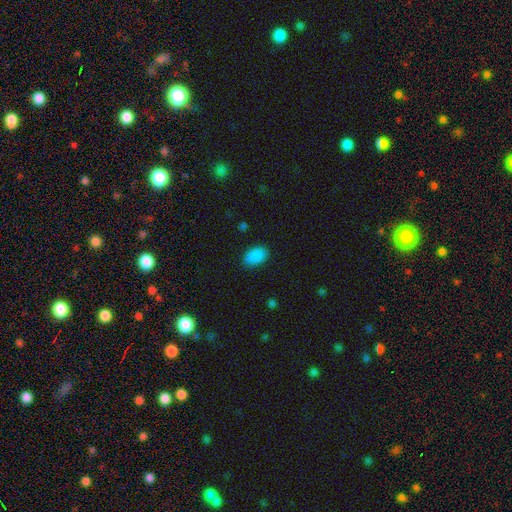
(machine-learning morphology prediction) Smooth or featured: smooth — 89% (star or artifact — 8%)
How rounded: in between — 88% (round — 11%)
Merging: none — 86% (minor disturbance — 11%)